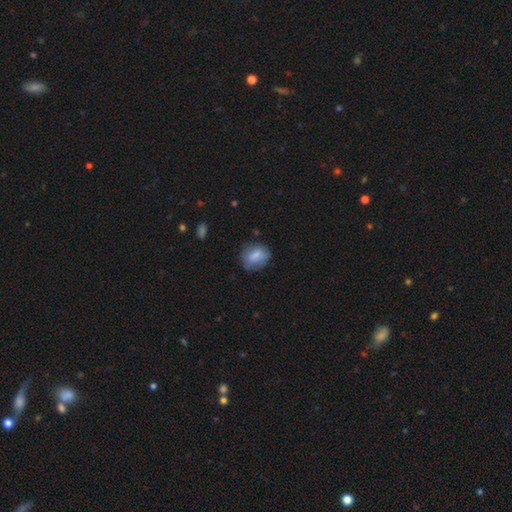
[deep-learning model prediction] This appears to be a smooth galaxy with no disk features (73%) that is in between round and cigar-shaped (51%). Merging: none (67%).